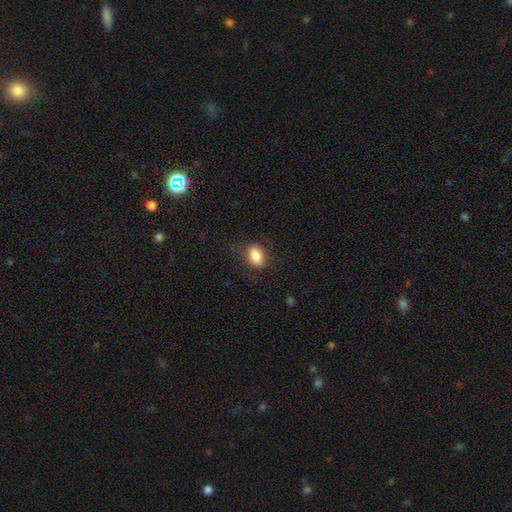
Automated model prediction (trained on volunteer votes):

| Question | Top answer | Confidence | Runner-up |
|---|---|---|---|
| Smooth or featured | smooth | 86% | star or artifact (8%) |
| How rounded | in between | 77% | round (22%) |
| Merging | none | 82% | minor disturbance (13%) |